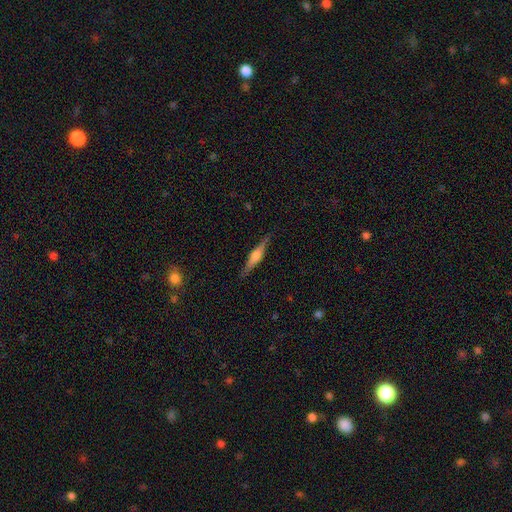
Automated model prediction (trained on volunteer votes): Smooth or featured? featured or disk (71%)
Edge-on disk? yes (98%)
Edge-on bulge? rounded (79%)
Merging? none (89%)